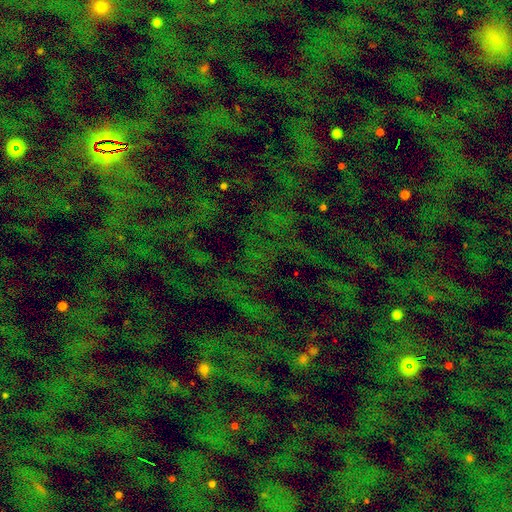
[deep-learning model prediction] A star or artifact, not a galaxy (71%).

Vote fractions:
- Smooth or featured? star or artifact: 71% / smooth: 19% / featured or disk: 10%